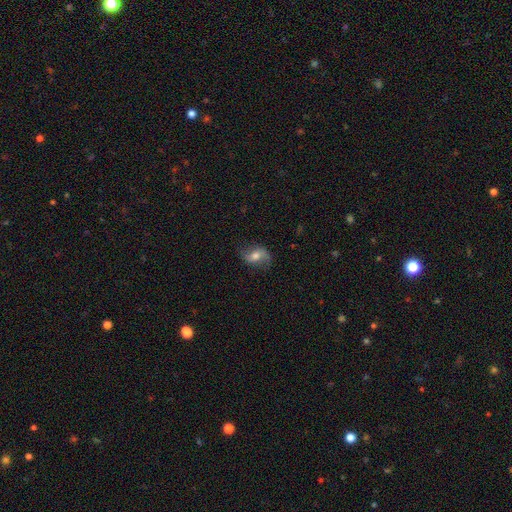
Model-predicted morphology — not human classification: Overall: featured or disk (57%; smooth 34%). Edge-on disk: no (94%). Bar: no (44%; weak 38%). Spiral arms: yes (87%). Bulge size: moderate (64%). Merging: none (73%).